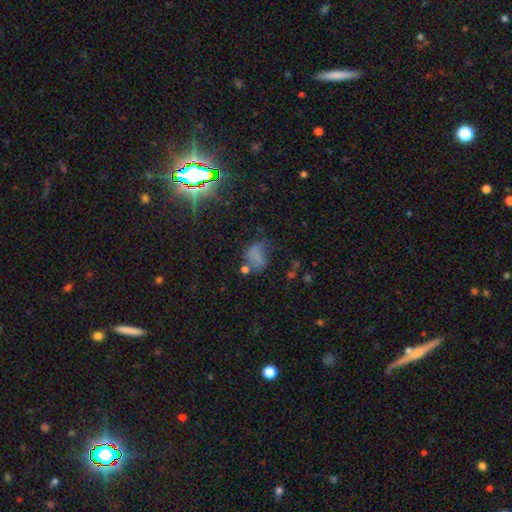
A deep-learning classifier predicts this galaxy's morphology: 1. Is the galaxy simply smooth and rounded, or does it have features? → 51% smooth, 27% star or artifact, 23% featured or disk.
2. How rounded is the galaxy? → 66% in between, 32% round, 3% cigar-shaped.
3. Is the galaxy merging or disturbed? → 37% none, 28% major disturbance, 25% minor disturbance, 10% merger.